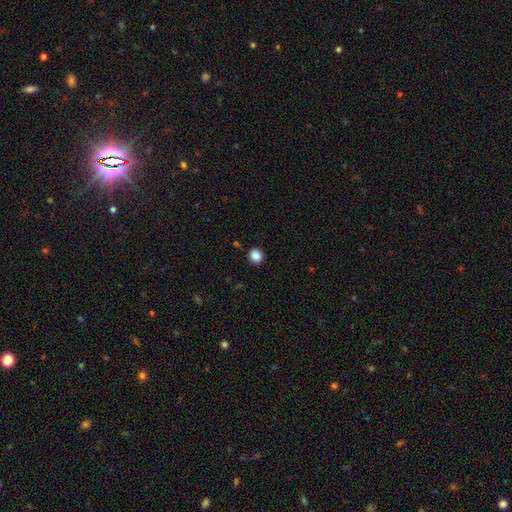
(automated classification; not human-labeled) smooth 87%, star or artifact 10%, featured or disk 3%. Down the decision tree: how rounded — round (85%); merging — none (90%).